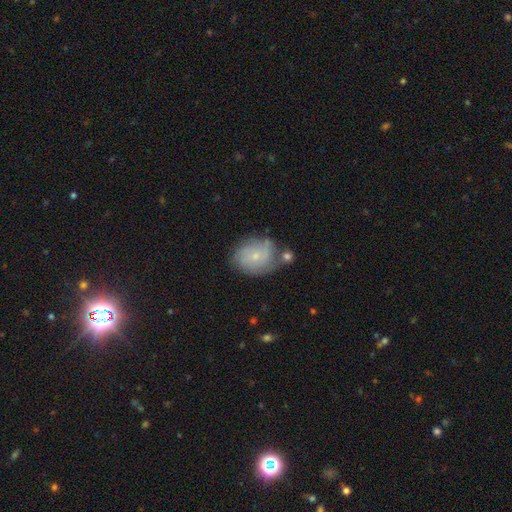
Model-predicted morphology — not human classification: The model was most divided on "smooth or featured": featured or disk: 50%, smooth: 41%, star or artifact: 9%. More confident: merging — none (60%).